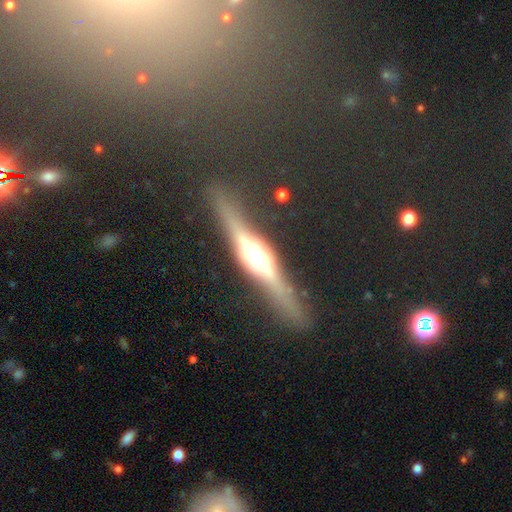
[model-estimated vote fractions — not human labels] Q: Smooth or featured?
A: featured or disk (82%); runner-up: smooth (10%)
Q: Edge-on disk?
A: yes (95%); runner-up: no (5%)
Q: Edge-on bulge?
A: rounded (79%); runner-up: boxy (16%)
Q: Merging?
A: none (81%); runner-up: minor disturbance (13%)